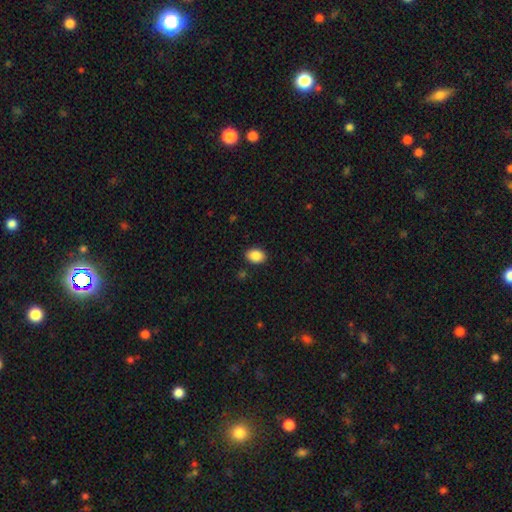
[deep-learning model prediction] A smooth galaxy with no disk features (88%) that is in between round and cigar-shaped (74%). Merging: none (89%).